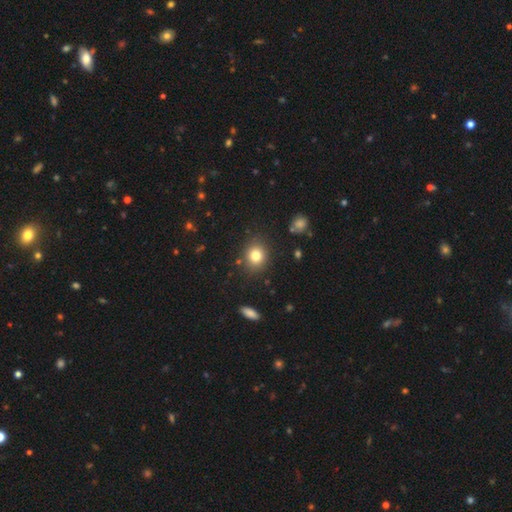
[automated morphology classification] This is clearly a smooth galaxy (80%). How rounded: likely round (72%). Merging: clearly none (85%).